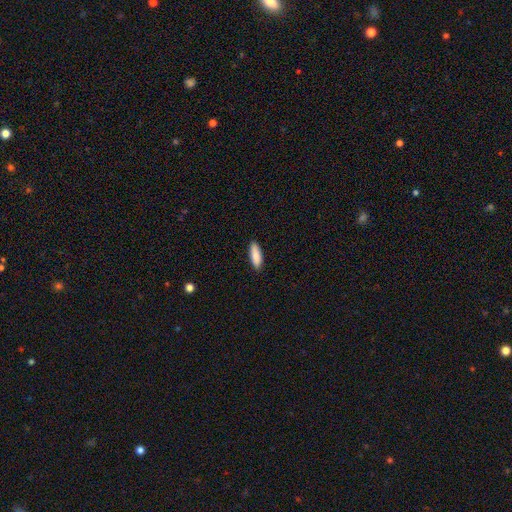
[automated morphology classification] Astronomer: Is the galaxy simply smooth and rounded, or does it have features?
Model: smooth — 88%.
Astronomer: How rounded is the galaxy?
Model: in between — 52% (runner-up: cigar-shaped, 47%).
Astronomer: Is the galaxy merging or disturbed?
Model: none — 89%.